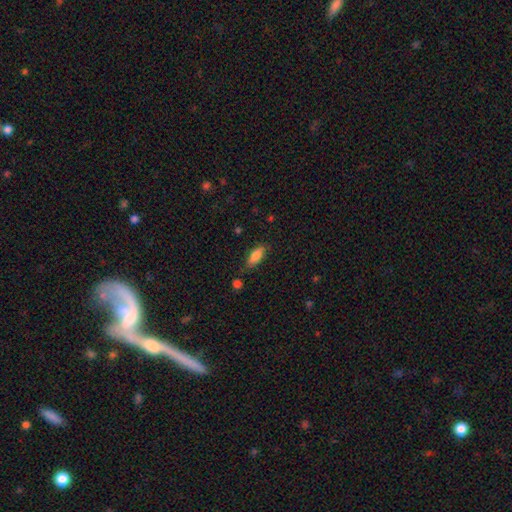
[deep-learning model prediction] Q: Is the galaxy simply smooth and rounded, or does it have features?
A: smooth — 83%.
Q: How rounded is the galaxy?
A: in between — 73%.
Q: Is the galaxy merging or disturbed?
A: none — 77%.